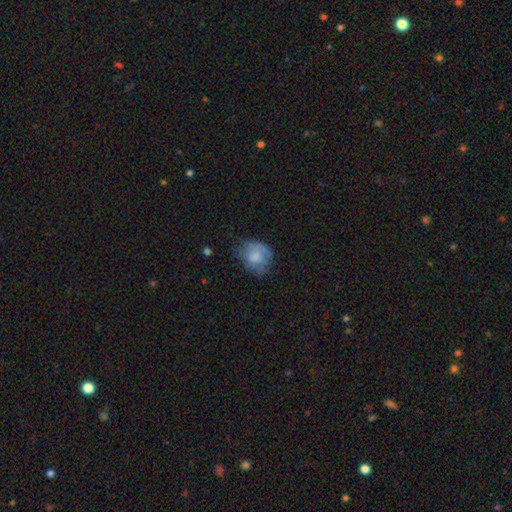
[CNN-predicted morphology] Smooth or featured? smooth (61%)
How rounded? round (61%)
Merging? none (50%)